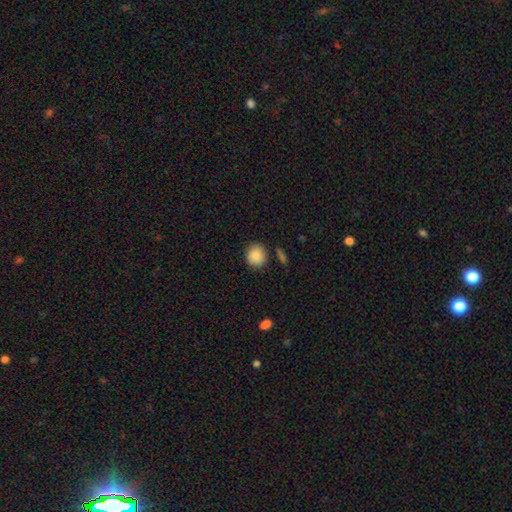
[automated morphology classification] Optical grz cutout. It shows a smooth galaxy with no disk features (88%) that is round (82%). Merging: none (82%).